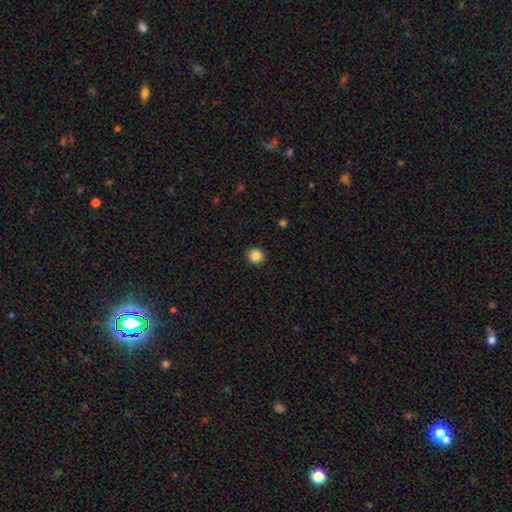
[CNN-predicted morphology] Overall: smooth (86%). How rounded: round (88%). Merging: none (91%).